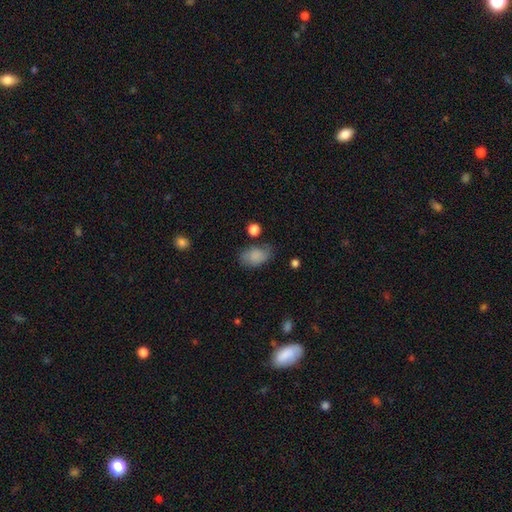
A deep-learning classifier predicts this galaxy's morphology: Q: Smooth or featured?
A: smooth (83%); runner-up: featured or disk (9%)
Q: How rounded?
A: in between (87%); runner-up: round (12%)
Q: Merging?
A: none (65%); runner-up: minor disturbance (24%)